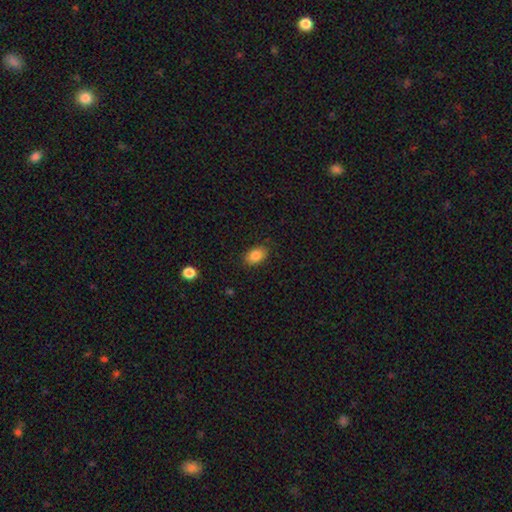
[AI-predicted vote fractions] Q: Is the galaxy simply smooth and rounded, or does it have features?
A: smooth — 85%.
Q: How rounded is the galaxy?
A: in between — 87%.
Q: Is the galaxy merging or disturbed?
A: none — 85%.